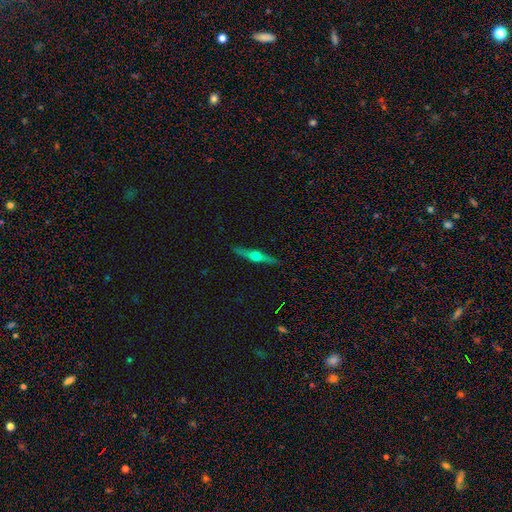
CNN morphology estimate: The model was most divided on "smooth or featured": featured or disk: 73%, smooth: 21%, star or artifact: 6%. More confident: edge-on disk — yes (97%); edge-on bulge — rounded (95%); merging — none (90%).